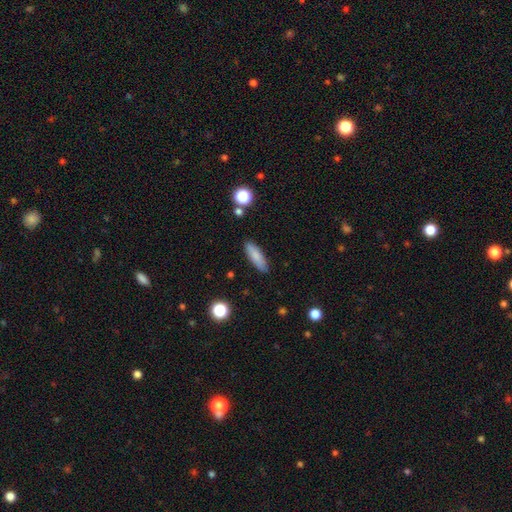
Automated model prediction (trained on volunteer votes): Smooth or featured?
  - smooth: 82% *
  - featured or disk: 11%
  - star or artifact: 7%
How rounded?
  - cigar-shaped: 52% *
  - in between: 46%
  - round: 2%
Merging?
  - none: 88% *
  - minor disturbance: 9%
  - major disturbance: 2%
  - merger: 2%